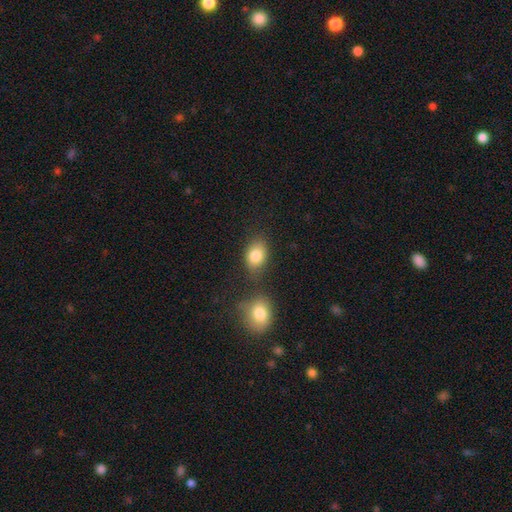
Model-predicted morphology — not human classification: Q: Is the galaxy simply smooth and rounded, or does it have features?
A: smooth — 83%.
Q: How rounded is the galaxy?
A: in between — 74%.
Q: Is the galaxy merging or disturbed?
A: none — 67%.